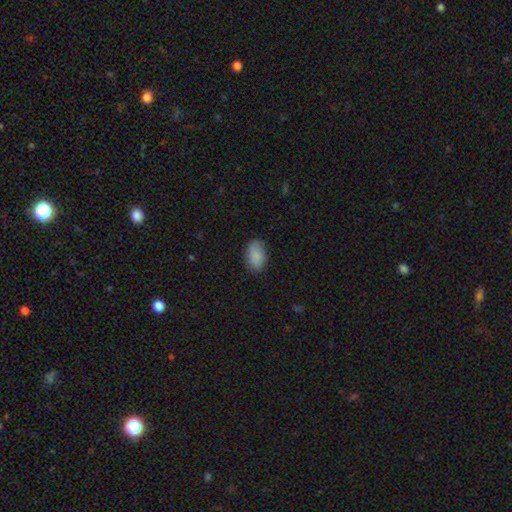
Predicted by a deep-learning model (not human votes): Q: Smooth or featured?
A: smooth (87%); runner-up: star or artifact (7%)
Q: How rounded?
A: in between (92%); runner-up: round (7%)
Q: Merging?
A: none (78%); runner-up: minor disturbance (17%)